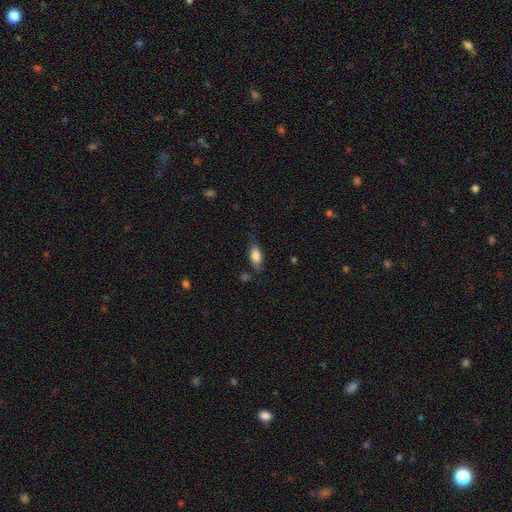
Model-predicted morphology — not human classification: Smooth or featured? Predicted: smooth (p=0.79). How rounded? Predicted: in between (p=0.82). Merging? Predicted: none (p=0.68).